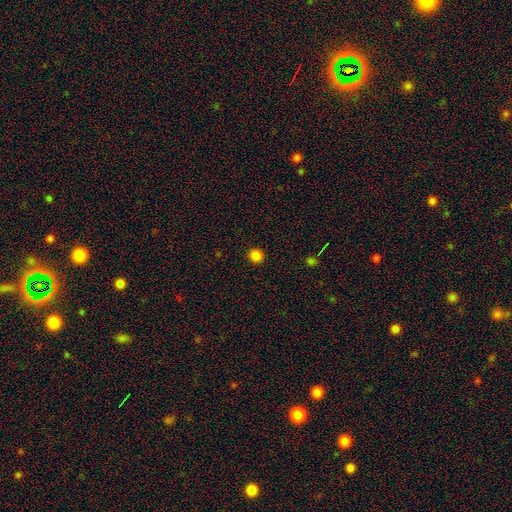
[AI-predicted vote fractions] smooth-or-featured: smooth: 84% | star or artifact: 13% | featured or disk: 3%
  how-rounded: round: 93% | in between: 6% | cigar-shaped: 1%
  merging: none: 92% | minor disturbance: 5% | major disturbance: 2% | merger: 1%